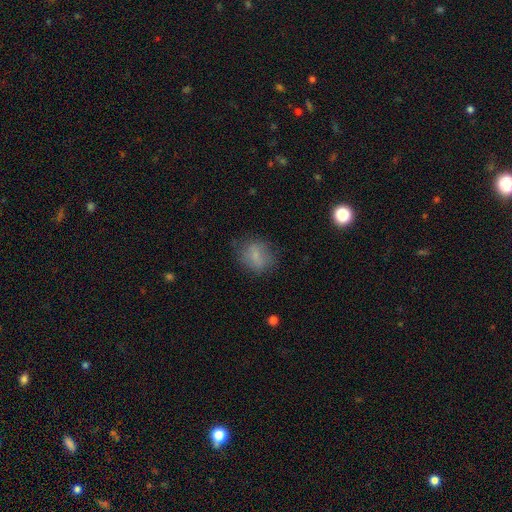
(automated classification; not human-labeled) Morphology: type=smooth (70%); roundness=round (55%); merging=none (72%).